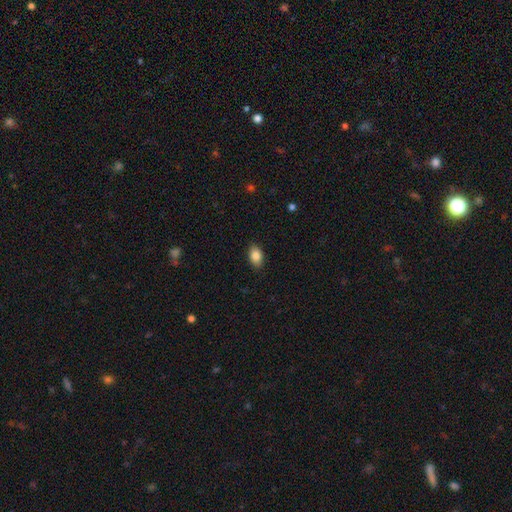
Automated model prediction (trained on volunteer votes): Smooth or featured?
  - smooth: 86% *
  - star or artifact: 8%
  - featured or disk: 6%
How rounded?
  - in between: 89% *
  - round: 9%
  - cigar-shaped: 2%
Merging?
  - none: 89% *
  - minor disturbance: 8%
  - major disturbance: 2%
  - merger: 1%